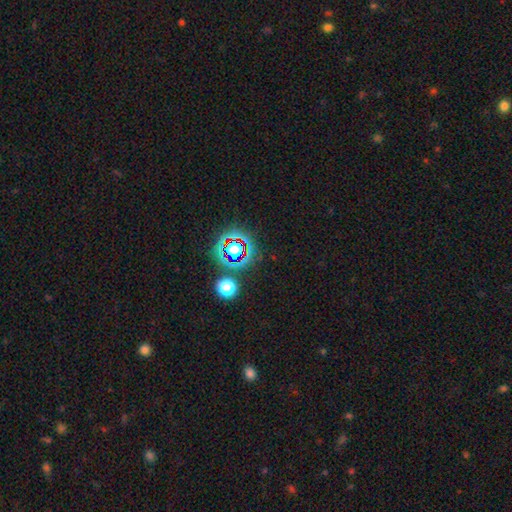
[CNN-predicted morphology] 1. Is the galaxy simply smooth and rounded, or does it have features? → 75% star or artifact, 15% smooth, 10% featured or disk.